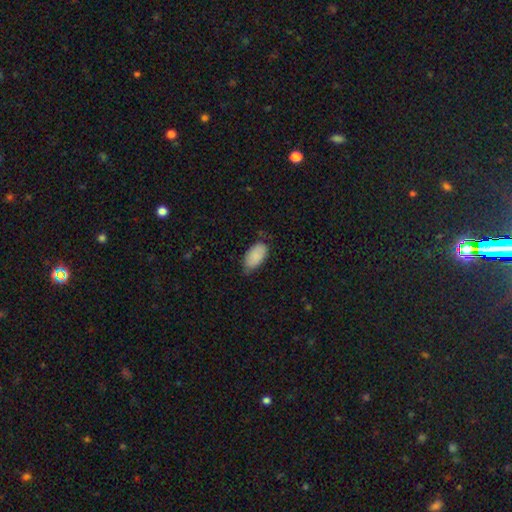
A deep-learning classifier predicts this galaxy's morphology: type=smooth (88%); roundness=in between (95%); merging=none (63%).